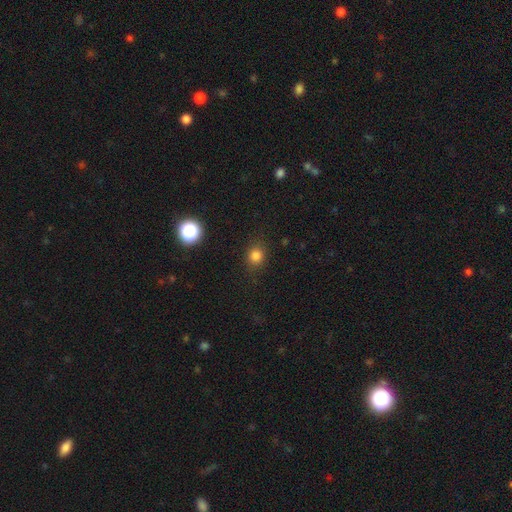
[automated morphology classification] Smooth or featured?
  - smooth: 80% *
  - star or artifact: 15%
  - featured or disk: 5%
How rounded?
  - round: 76% *
  - in between: 23%
  - cigar-shaped: 1%
Merging?
  - none: 85% *
  - minor disturbance: 10%
  - major disturbance: 3%
  - merger: 1%